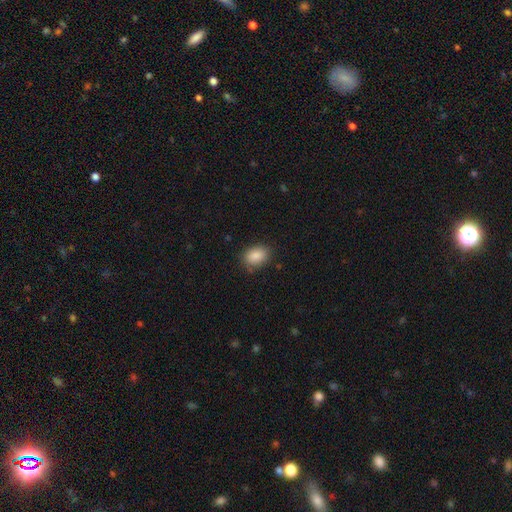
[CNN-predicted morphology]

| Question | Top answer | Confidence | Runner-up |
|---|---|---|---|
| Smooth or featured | smooth | 88% | star or artifact (8%) |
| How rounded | in between | 77% | round (22%) |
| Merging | none | 80% | minor disturbance (15%) |